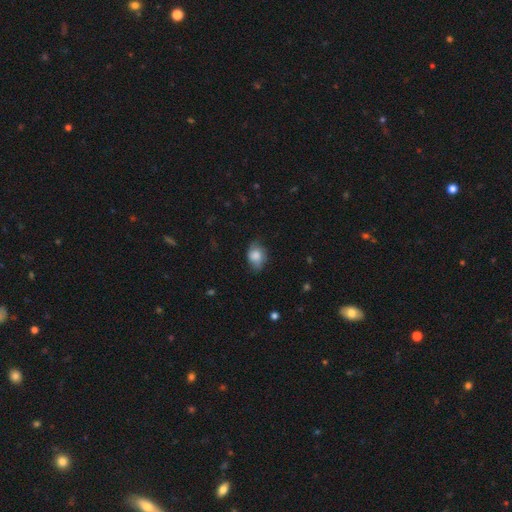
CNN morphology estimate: smooth_or_featured: smooth (p=0.74) [alt: featured or disk p=0.17]
how_rounded: in between (p=0.74) [alt: round p=0.25]
merging: none (p=0.58) [alt: minor disturbance p=0.31]